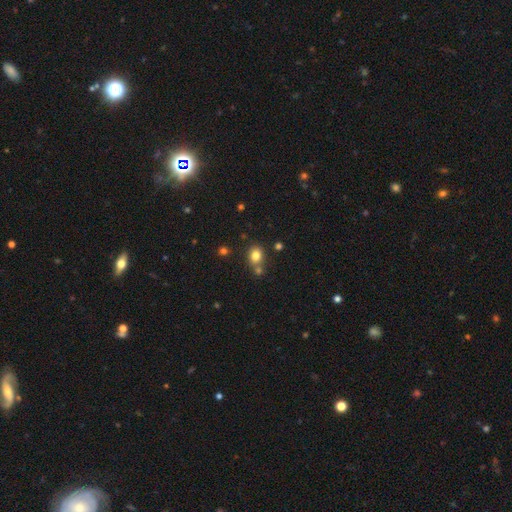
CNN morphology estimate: Smooth or featured? smooth (80%)
How rounded? round (61%)
Merging? none (66%)